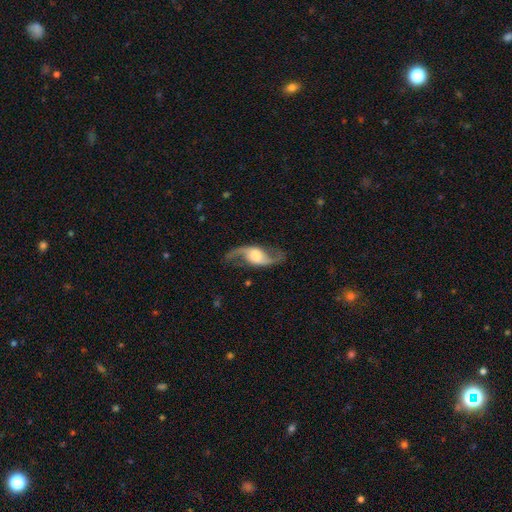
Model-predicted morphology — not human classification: type=featured or disk (89%); edge-on=no (94%); bar=no (51%); spiral arms=yes (97%); winding=loose (76%); arm count=2 (94%); bulge=large (45%); merging=none (81%).